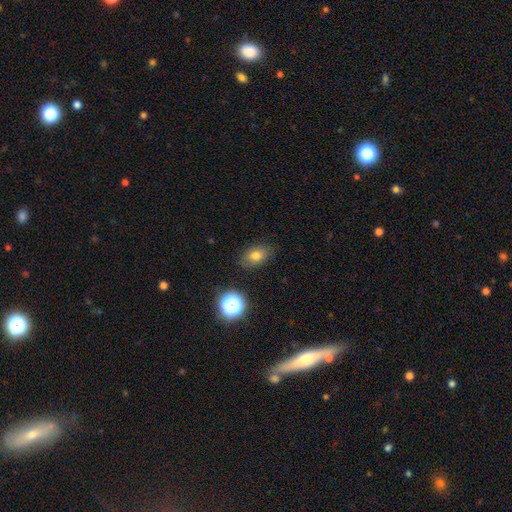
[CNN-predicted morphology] This appears to be a smooth galaxy with no disk features (74%) that is in between round and cigar-shaped (75%). Merging: none (82%).